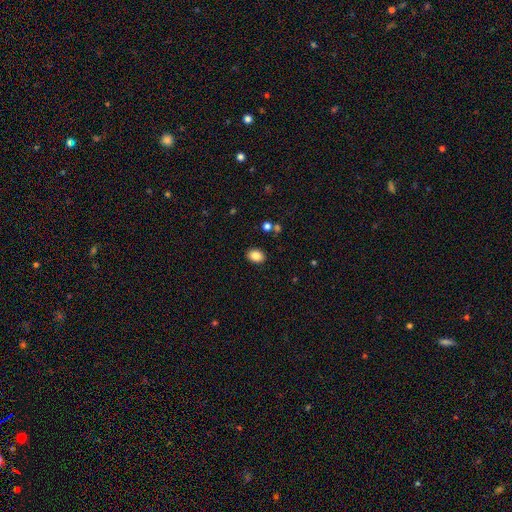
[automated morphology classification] Smooth or featured: smooth — 85% (star or artifact — 9%)
How rounded: in between — 72% (round — 27%)
Merging: none — 88% (minor disturbance — 8%)